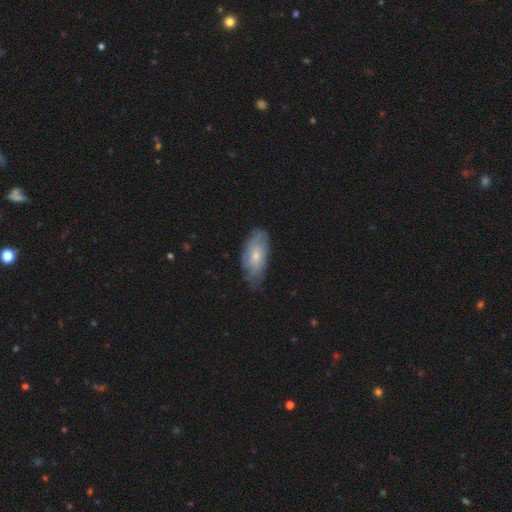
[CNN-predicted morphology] Overall: smooth (55%; featured or disk 39%). How rounded: in between (88%). Merging: none (60%; minor disturbance 30%).